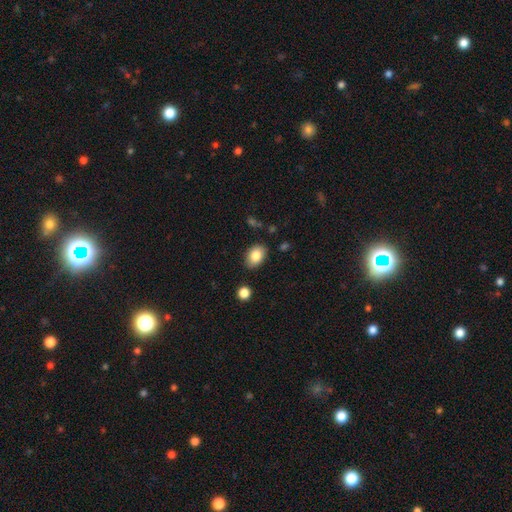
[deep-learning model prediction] This appears to be a smooth galaxy with no disk features (84%) that is in between round and cigar-shaped (81%). Merging: none (84%).